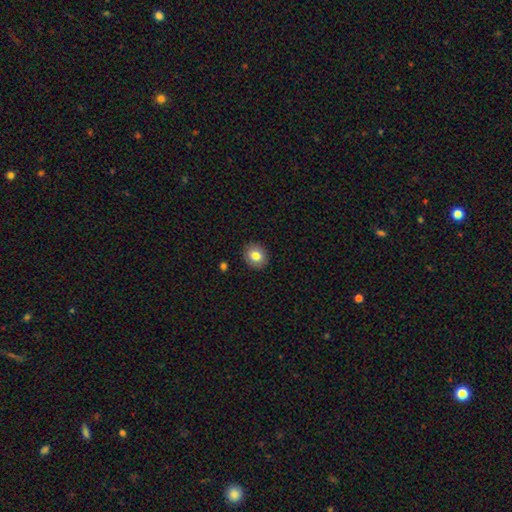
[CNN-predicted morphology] smooth-or-featured: smooth: 81% | featured or disk: 10% | star or artifact: 9%
  how-rounded: round: 75% | in between: 24% | cigar-shaped: 1%
  merging: none: 91% | minor disturbance: 7% | major disturbance: 2% | merger: 1%